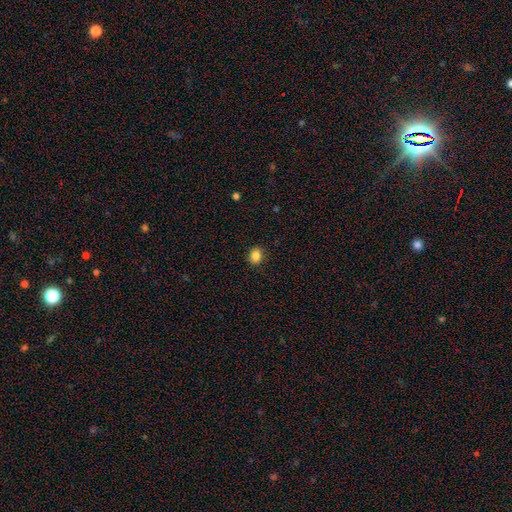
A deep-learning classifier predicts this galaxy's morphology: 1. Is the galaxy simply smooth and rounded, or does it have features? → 85% smooth, 10% star or artifact, 5% featured or disk.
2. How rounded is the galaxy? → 61% round, 38% in between, 1% cigar-shaped.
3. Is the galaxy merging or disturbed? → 88% none, 8% minor disturbance, 2% major disturbance, 1% merger.